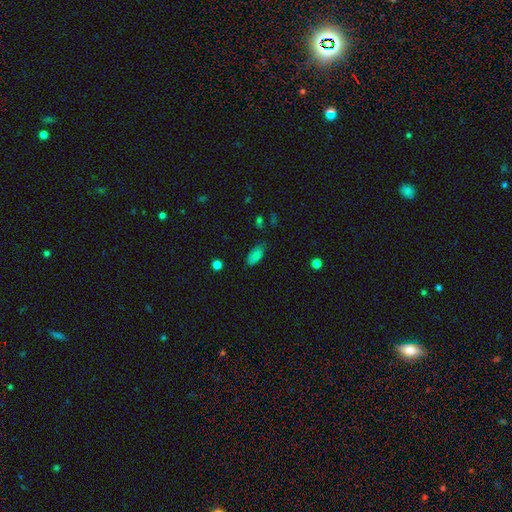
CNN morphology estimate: Q: Smooth or featured?
A: smooth (81%); runner-up: star or artifact (10%)
Q: How rounded?
A: in between (88%); runner-up: cigar-shaped (9%)
Q: Merging?
A: none (71%); runner-up: minor disturbance (23%)